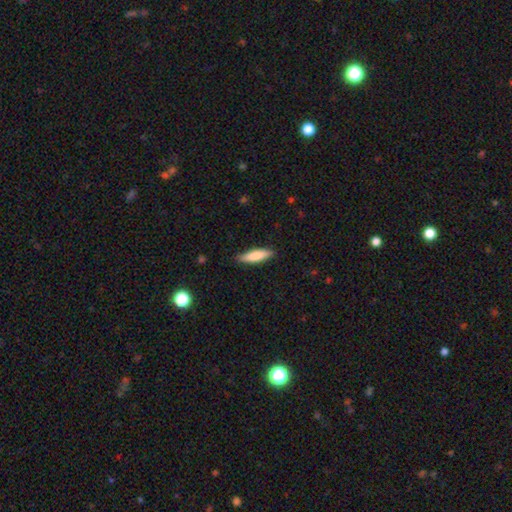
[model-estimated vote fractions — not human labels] Q: Smooth or featured?
A: smooth (79%); runner-up: featured or disk (16%)
Q: How rounded?
A: cigar-shaped (68%); runner-up: in between (30%)
Q: Merging?
A: none (87%); runner-up: minor disturbance (10%)